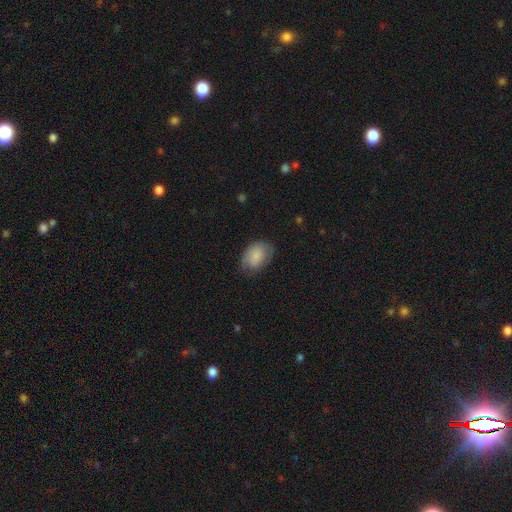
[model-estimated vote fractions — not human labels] Smooth or featured? smooth (77%)
How rounded? in between (82%)
Merging? none (66%)